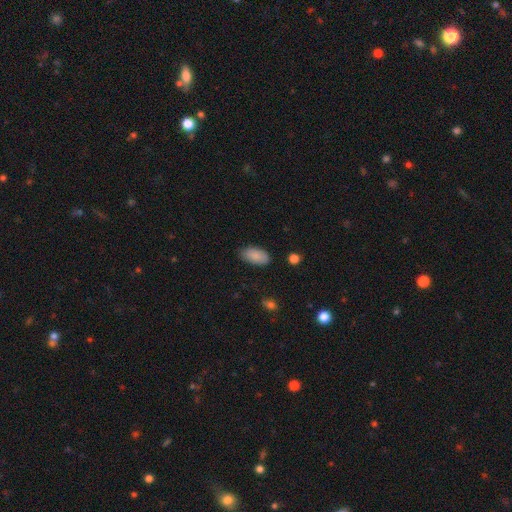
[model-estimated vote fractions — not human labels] smooth-or-featured: smooth: 88% | star or artifact: 7% | featured or disk: 5%
  how-rounded: in between: 94% | cigar-shaped: 3% | round: 3%
  merging: none: 83% | minor disturbance: 13% | major disturbance: 3% | merger: 1%